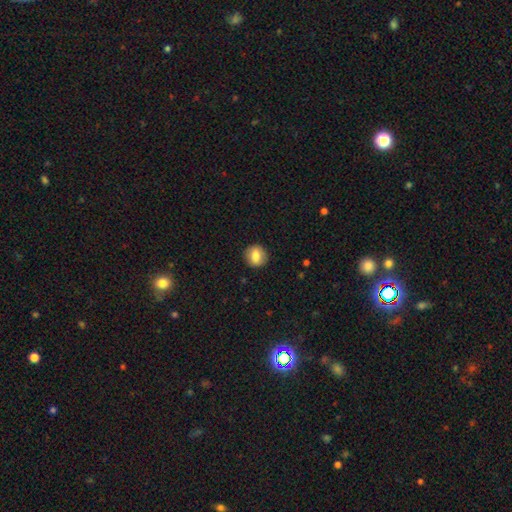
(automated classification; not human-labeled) Smooth or featured? smooth (79%)
How rounded? round (82%)
Merging? none (90%)